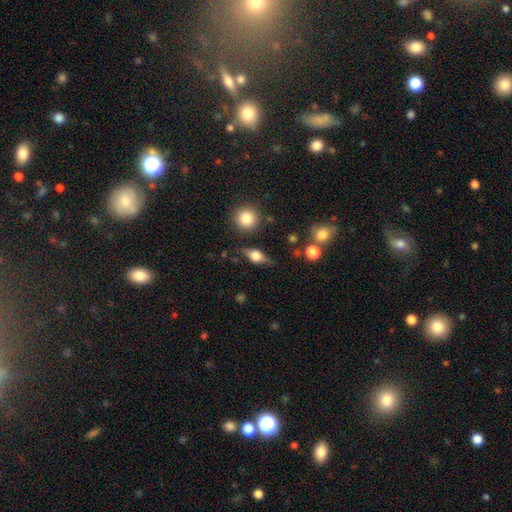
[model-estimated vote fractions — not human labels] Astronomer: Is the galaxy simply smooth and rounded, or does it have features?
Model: smooth — 49% (runner-up: featured or disk, 42%).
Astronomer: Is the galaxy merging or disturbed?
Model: none — 75%.